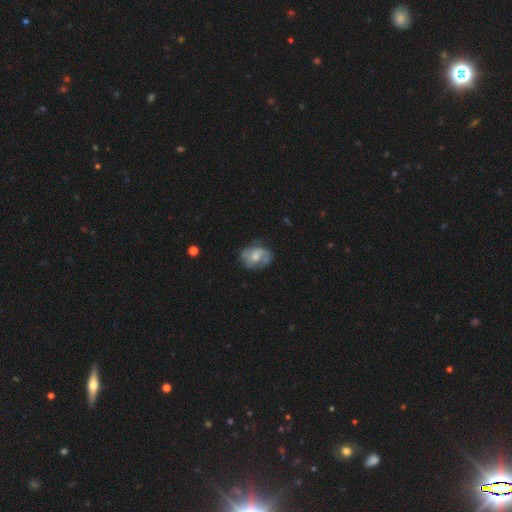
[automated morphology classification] smooth-or-featured: featured or disk: 64% | smooth: 29% | star or artifact: 7%
  disk-edge-on: no: 97% | yes: 3%
    bar: no: 67% | weak: 28% | strong: 5%
    has-spiral-arms: yes: 78% | no: 22%
    bulge-size: moderate: 56% | small: 32% | large: 7% | none: 5% | dominant: 1%
  merging: none: 61% | minor disturbance: 25% | major disturbance: 12% | merger: 2%